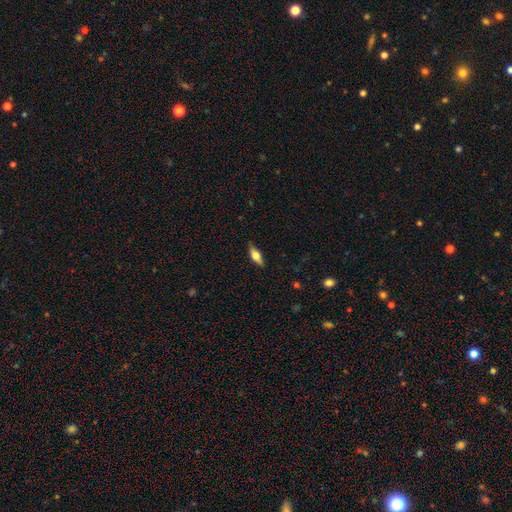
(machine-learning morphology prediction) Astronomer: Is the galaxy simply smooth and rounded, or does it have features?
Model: smooth — 56% (runner-up: featured or disk, 37%).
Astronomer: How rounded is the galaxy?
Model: in between — 67%.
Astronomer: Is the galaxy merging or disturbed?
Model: none — 86%.